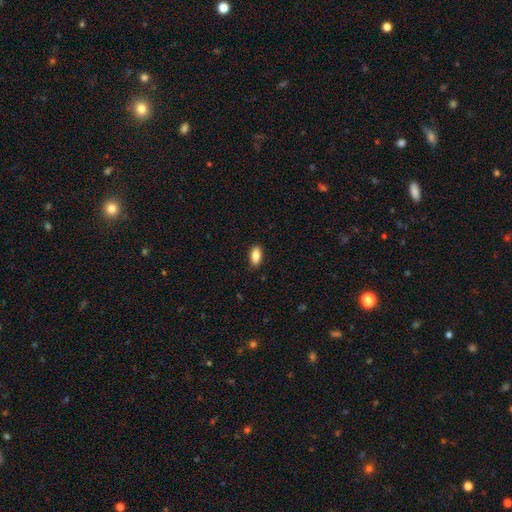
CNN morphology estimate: This is clearly a smooth galaxy (87%). How rounded: clearly in between (89%). Merging: clearly none (88%).